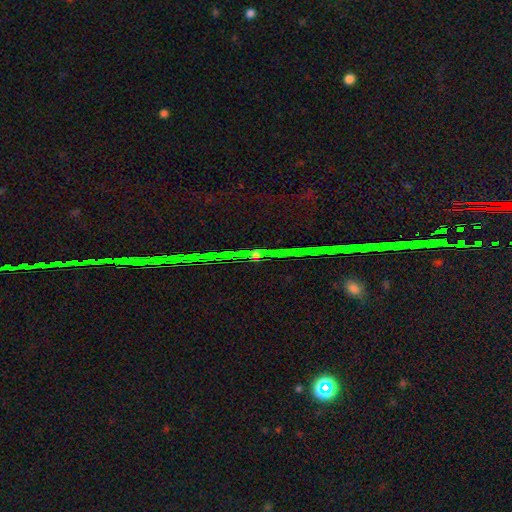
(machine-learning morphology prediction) A star or artifact, not a galaxy (62%).